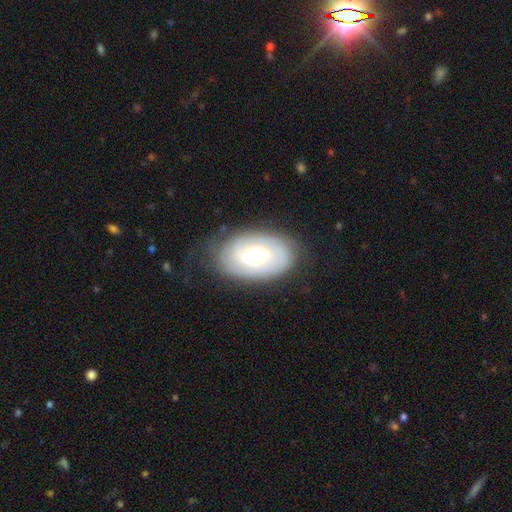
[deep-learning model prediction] Q: Smooth or featured?
A: featured or disk (64%); runner-up: smooth (30%)
Q: Edge-on disk?
A: no (95%); runner-up: yes (5%)
Q: Bar?
A: weak (45%); runner-up: no (43%)
Q: Spiral arms?
A: yes (82%); runner-up: no (18%)
Q: Bulge size?
A: moderate (67%); runner-up: large (15%)
Q: Merging?
A: none (75%); runner-up: minor disturbance (18%)